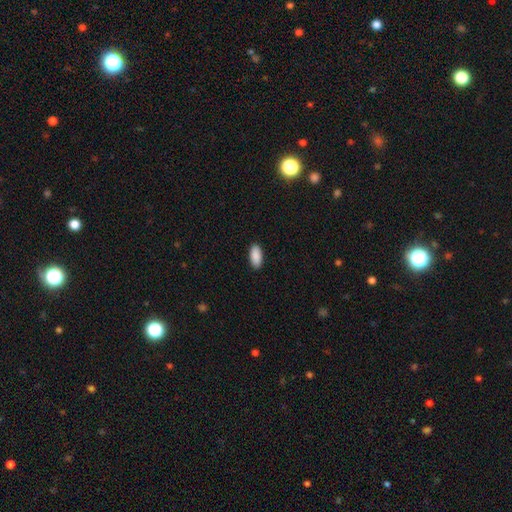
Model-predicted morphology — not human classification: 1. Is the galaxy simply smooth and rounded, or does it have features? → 91% smooth, 6% star or artifact, 3% featured or disk.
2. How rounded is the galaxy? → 92% in between, 6% cigar-shaped, 2% round.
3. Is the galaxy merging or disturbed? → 90% none, 7% minor disturbance, 2% major disturbance, 1% merger.